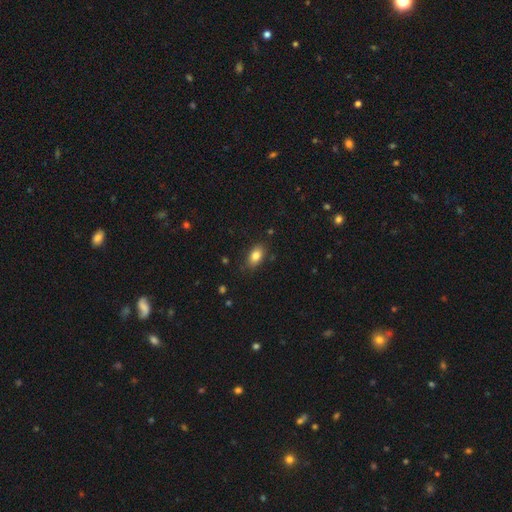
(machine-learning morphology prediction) Smooth or featured? Predicted: smooth (p=0.83). How rounded? Predicted: in between (p=0.87). Merging? Predicted: none (p=0.83).